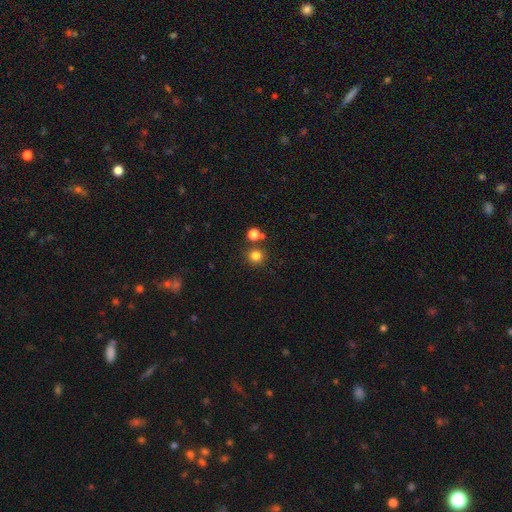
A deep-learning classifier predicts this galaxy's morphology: Q: Smooth or featured?
A: smooth (80%); runner-up: star or artifact (15%)
Q: How rounded?
A: round (93%); runner-up: in between (6%)
Q: Merging?
A: none (80%); runner-up: merger (11%)